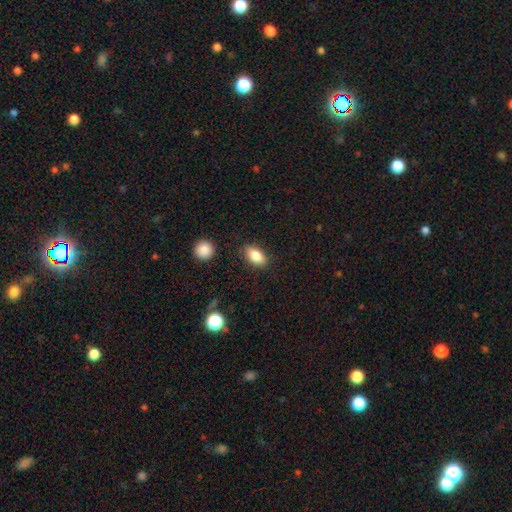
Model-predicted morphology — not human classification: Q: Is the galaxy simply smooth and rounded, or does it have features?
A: smooth — 85%.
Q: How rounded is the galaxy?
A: in between — 89%.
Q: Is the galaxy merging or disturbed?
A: none — 85%.